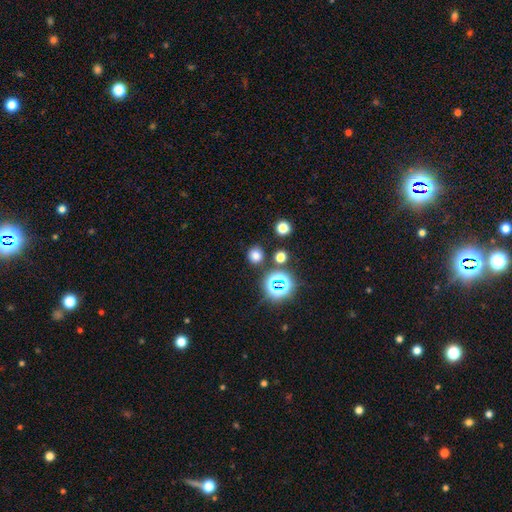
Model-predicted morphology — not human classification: smooth 69%, star or artifact 25%, featured or disk 6%. Down the decision tree: how rounded — round (88%); merging — none (85%).